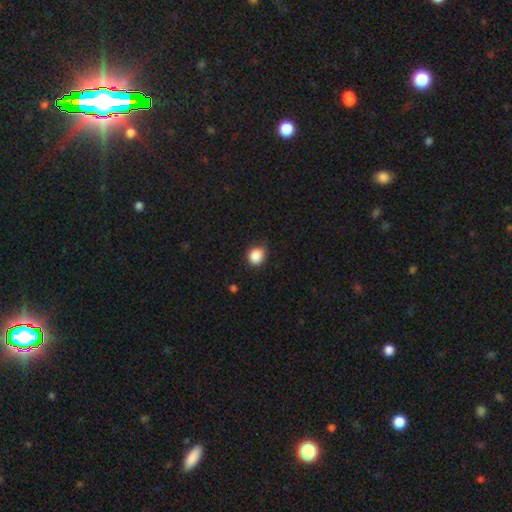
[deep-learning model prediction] smooth_or_featured: smooth (p=0.87) [alt: star or artifact p=0.10]
how_rounded: round (p=0.79) [alt: in between p=0.20]
merging: none (p=0.73) [alt: minor disturbance p=0.22]